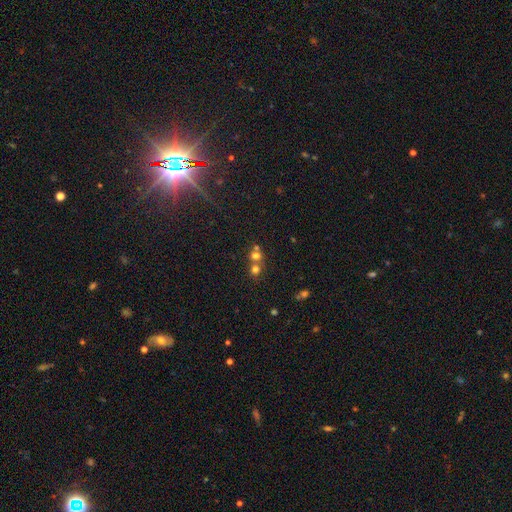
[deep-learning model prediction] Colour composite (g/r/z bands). It shows a smooth galaxy with no disk features (66%) that is round (84%). Merging: merger (47%).